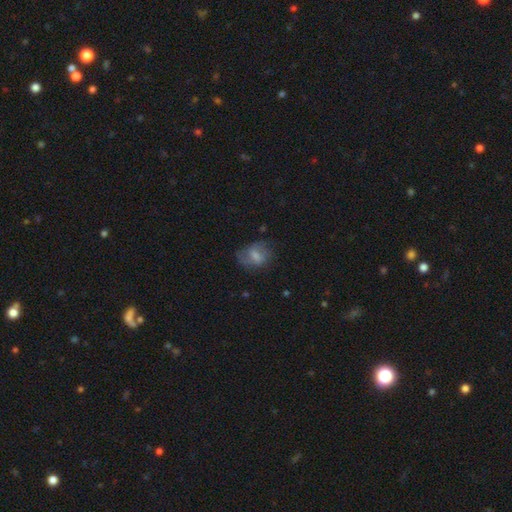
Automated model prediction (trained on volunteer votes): This is possibly a smooth galaxy (57%). How rounded: likely in between (61%). Merging: possibly none (52%).